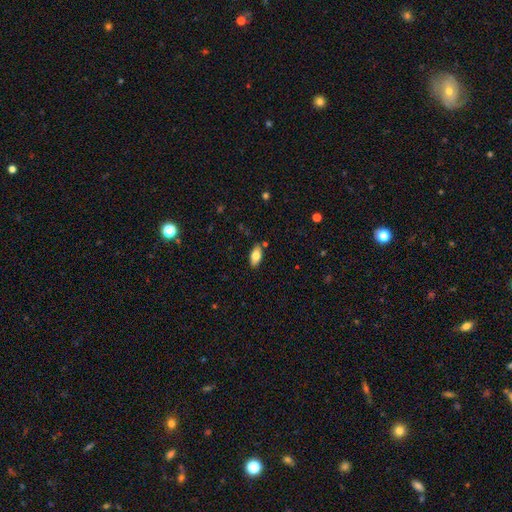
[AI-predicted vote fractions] Morphology: type=smooth (76%); roundness=in between (90%); merging=none (84%).